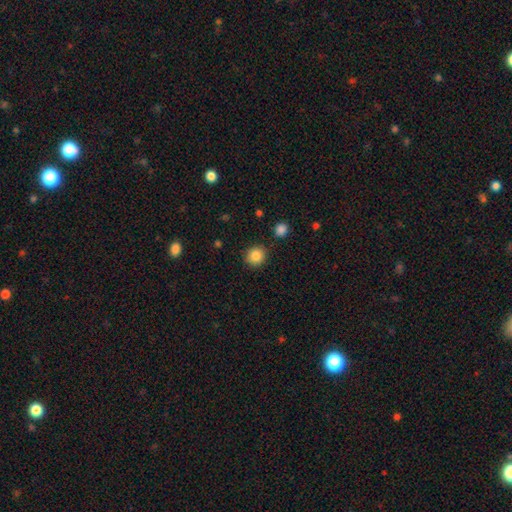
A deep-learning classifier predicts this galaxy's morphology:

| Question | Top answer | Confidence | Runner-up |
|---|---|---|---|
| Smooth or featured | smooth | 86% | star or artifact (10%) |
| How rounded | round | 90% | in between (9%) |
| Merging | none | 87% | minor disturbance (8%) |